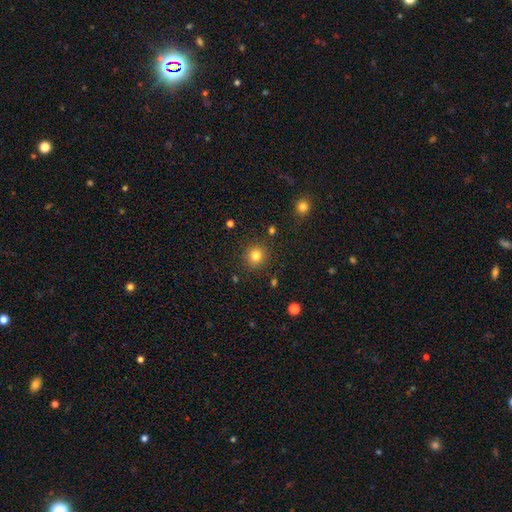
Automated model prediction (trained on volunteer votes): A smooth galaxy with no disk features (81%) that is round (91%).

Vote fractions:
- Smooth or featured? smooth: 81% / star or artifact: 13% / featured or disk: 6%
- How rounded? round: 91% / in between: 8% / cigar-shaped: 1%
- Merging? none: 89% / minor disturbance: 7% / major disturbance: 3% / merger: 2%